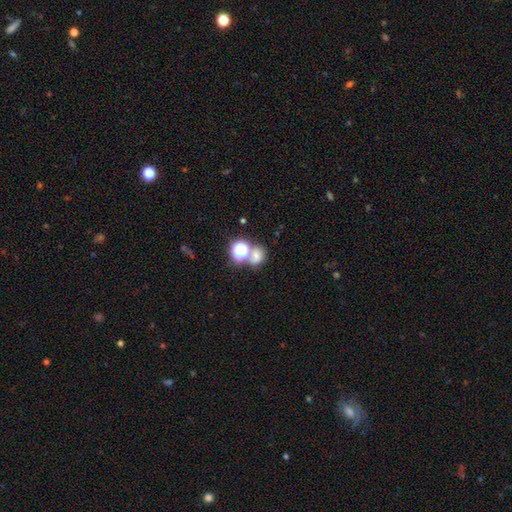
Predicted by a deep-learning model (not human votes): Morphology: type=smooth (63%); roundness=round (63%); merging=none (48%).